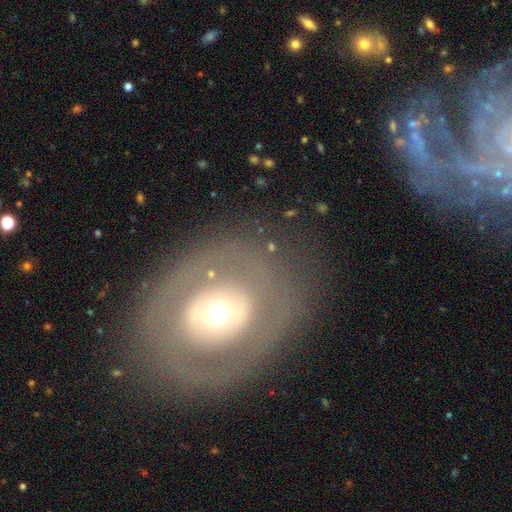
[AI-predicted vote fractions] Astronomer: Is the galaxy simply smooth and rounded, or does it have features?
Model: featured or disk — 64%.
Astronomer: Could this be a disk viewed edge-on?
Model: no — 94%.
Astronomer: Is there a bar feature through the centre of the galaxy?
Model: no — 78%.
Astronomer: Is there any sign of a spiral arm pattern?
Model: no — 68%.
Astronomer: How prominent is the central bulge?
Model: moderate — 58%.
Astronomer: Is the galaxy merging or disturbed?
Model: none — 78%.